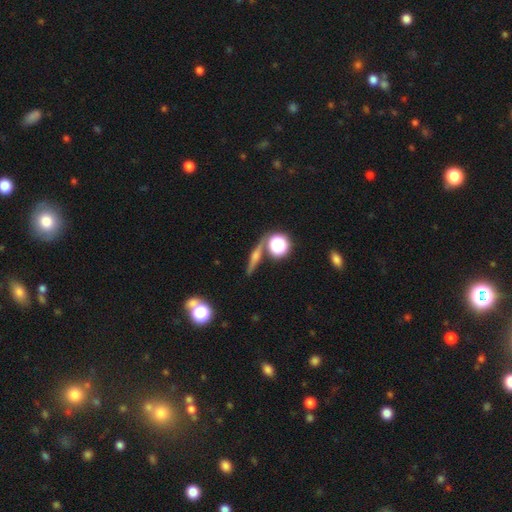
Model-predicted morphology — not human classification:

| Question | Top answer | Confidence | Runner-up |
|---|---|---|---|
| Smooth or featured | featured or disk | 59% | smooth (27%) |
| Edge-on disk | yes | 93% | no (7%) |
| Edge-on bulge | rounded | 83% | boxy (9%) |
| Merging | none | 81% | minor disturbance (9%) |